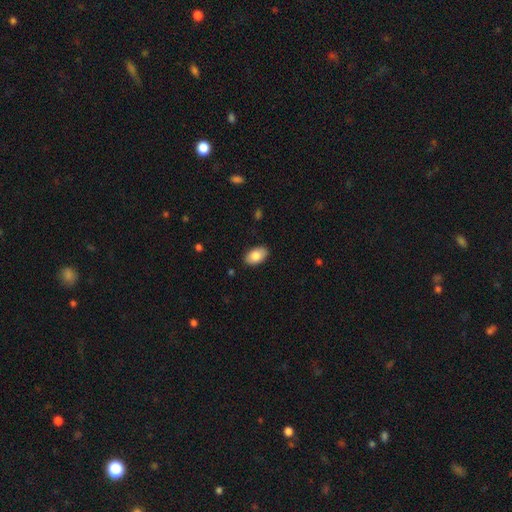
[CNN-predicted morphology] smooth 83%, featured or disk 10%, star or artifact 6%. Down the decision tree: how rounded — in between (93%); merging — none (88%).